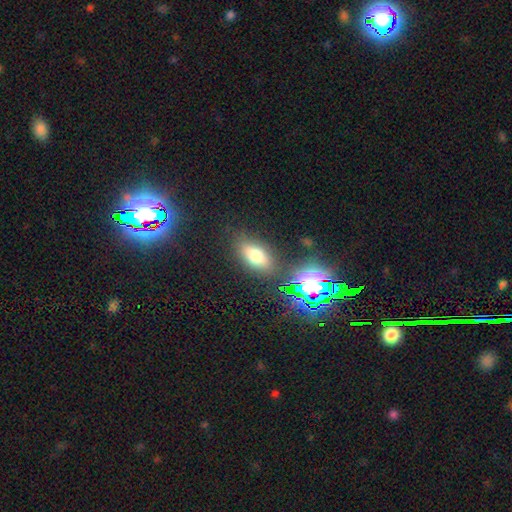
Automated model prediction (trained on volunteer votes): Overall: smooth (66%). How rounded: in between (79%). Merging: none (79%).